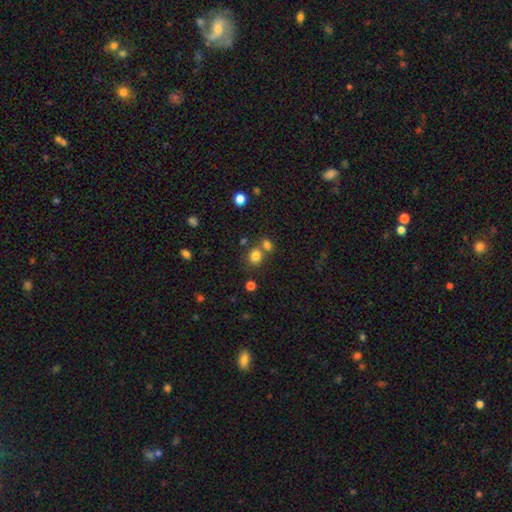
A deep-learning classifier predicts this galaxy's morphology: This appears to be a smooth galaxy with no disk features (80%) that is round (74%). Merging: none (59%).